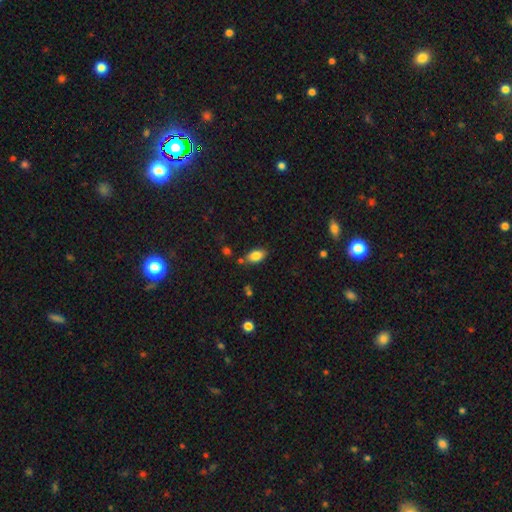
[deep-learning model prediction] A smooth galaxy with no disk features (85%) that is in between round and cigar-shaped (91%).

Vote fractions:
- Smooth or featured? smooth: 85% / star or artifact: 8% / featured or disk: 7%
- How rounded? in between: 91% / round: 6% / cigar-shaped: 3%
- Merging? none: 76% / minor disturbance: 14% / merger: 7% / major disturbance: 3%